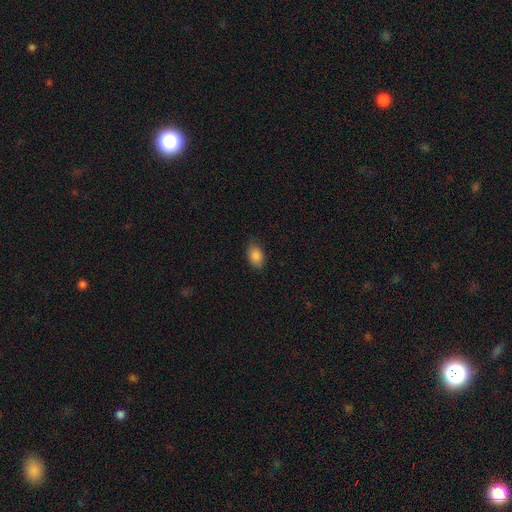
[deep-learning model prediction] Morphology: type=smooth (87%); roundness=in between (86%); merging=none (81%).